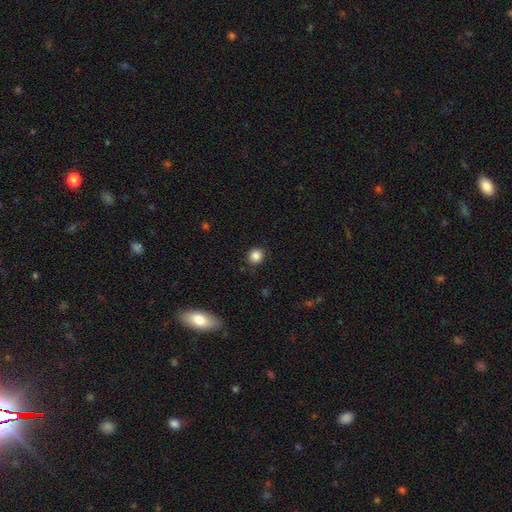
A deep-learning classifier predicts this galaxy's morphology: Smooth or featured? Predicted: smooth (p=0.86). How rounded? Predicted: round (p=0.87). Merging? Predicted: none (p=0.90).